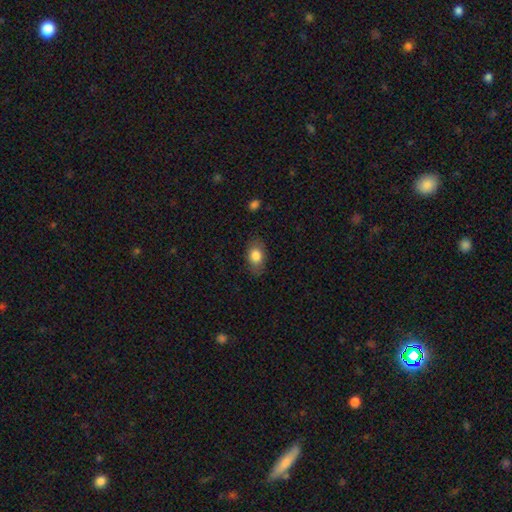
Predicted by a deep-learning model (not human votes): Morphology: type=smooth (80%); roundness=in between (85%); merging=none (81%).